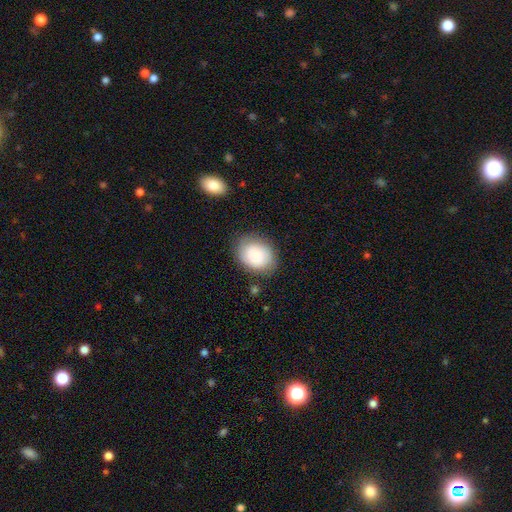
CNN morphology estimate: smooth_or_featured: smooth (p=0.80) [alt: featured or disk p=0.13]
how_rounded: in between (p=0.58) [alt: round p=0.42]
merging: none (p=0.76) [alt: minor disturbance p=0.17]